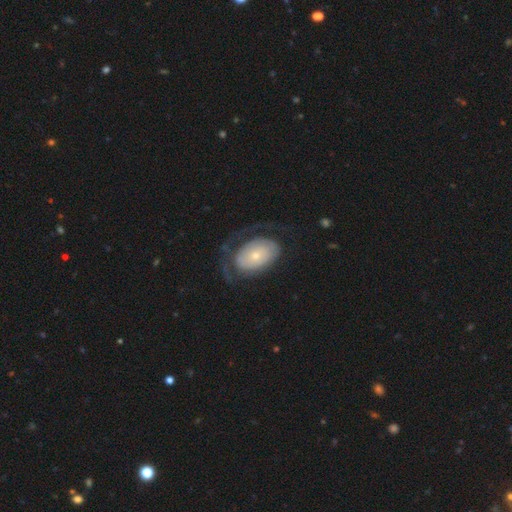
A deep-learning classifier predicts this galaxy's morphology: featured or disk 52%, smooth 42%, star or artifact 6%. Down the decision tree: edge-on disk — no (93%); merging — none (47%).